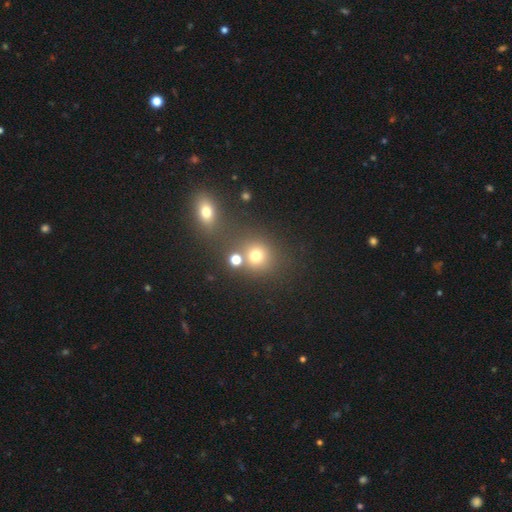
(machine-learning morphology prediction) The model was most divided on "merging": none: 65%, merger: 21%, minor disturbance: 9%, major disturbance: 5%. More confident: how rounded — round (84%); smooth or featured — smooth (72%).